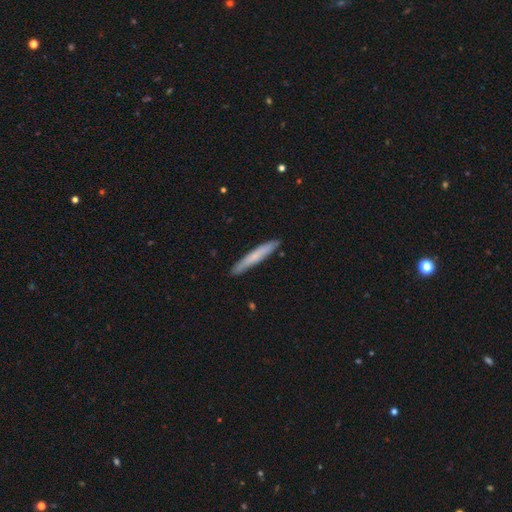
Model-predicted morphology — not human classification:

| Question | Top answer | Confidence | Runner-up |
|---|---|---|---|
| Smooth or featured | smooth | 66% | featured or disk (28%) |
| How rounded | cigar-shaped | 96% | in between (3%) |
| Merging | none | 90% | minor disturbance (8%) |